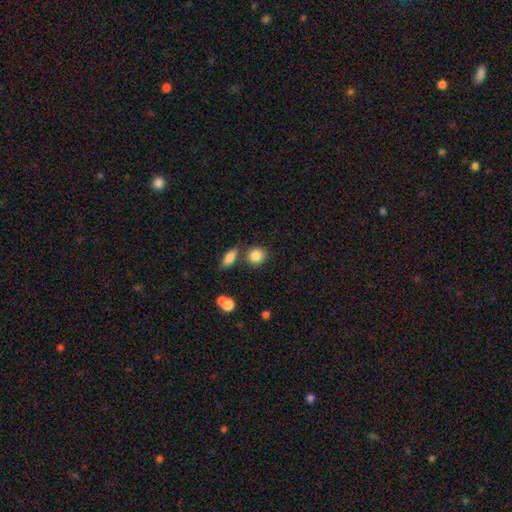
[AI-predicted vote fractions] Smooth or featured: smooth — 85% (star or artifact — 8%)
How rounded: round — 78% (in between — 20%)
Merging: none — 71% (merger — 15%)